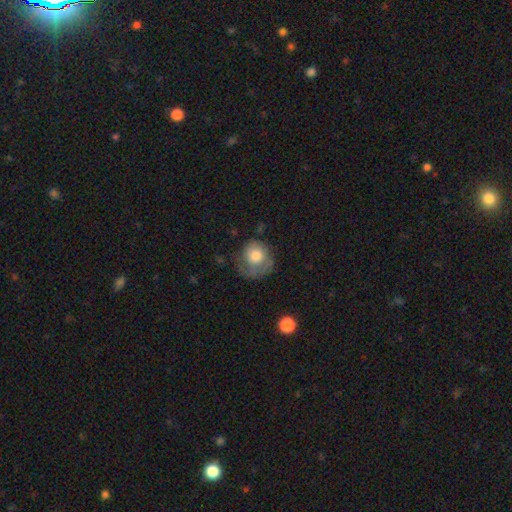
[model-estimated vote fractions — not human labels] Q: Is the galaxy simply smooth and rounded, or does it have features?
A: smooth — 66%.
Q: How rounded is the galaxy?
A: round — 83%.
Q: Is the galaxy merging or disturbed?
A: none — 45%.